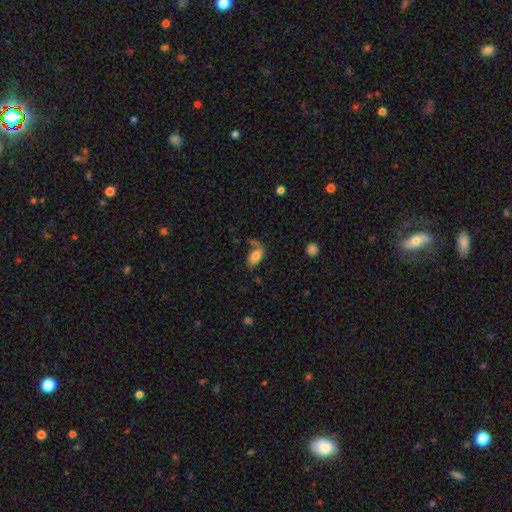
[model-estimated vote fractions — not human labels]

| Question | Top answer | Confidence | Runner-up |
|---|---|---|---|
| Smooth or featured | smooth | 76% | featured or disk (16%) |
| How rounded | in between | 93% | round (5%) |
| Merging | none | 44% | minor disturbance (21%) |